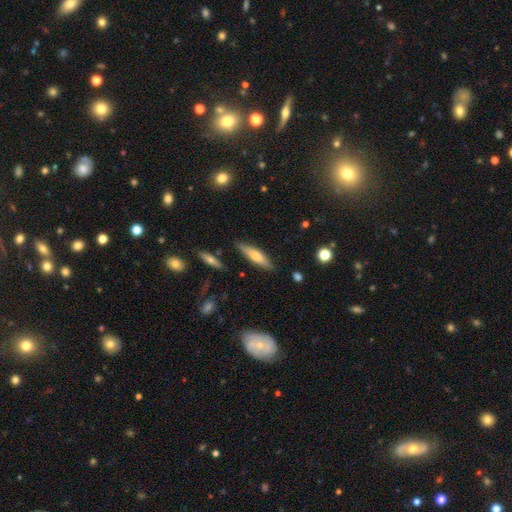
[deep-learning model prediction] Smooth or featured: smooth — 61% (featured or disk — 33%)
How rounded: cigar-shaped — 74% (in between — 25%)
Merging: none — 84% (minor disturbance — 11%)